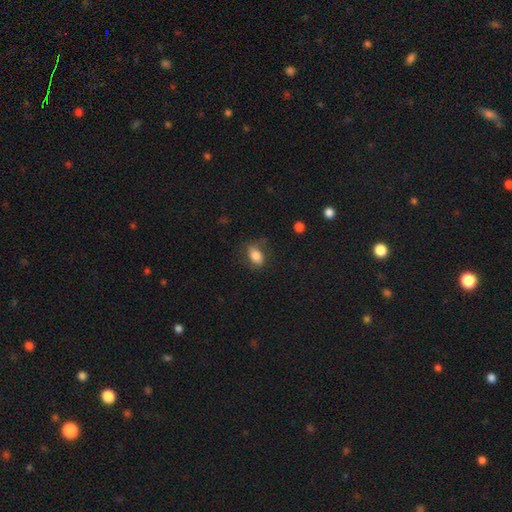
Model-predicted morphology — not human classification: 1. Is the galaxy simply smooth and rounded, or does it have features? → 79% smooth, 13% featured or disk, 9% star or artifact.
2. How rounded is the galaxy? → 83% in between, 15% round, 2% cigar-shaped.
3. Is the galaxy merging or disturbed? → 61% none, 24% minor disturbance, 13% major disturbance, 2% merger.